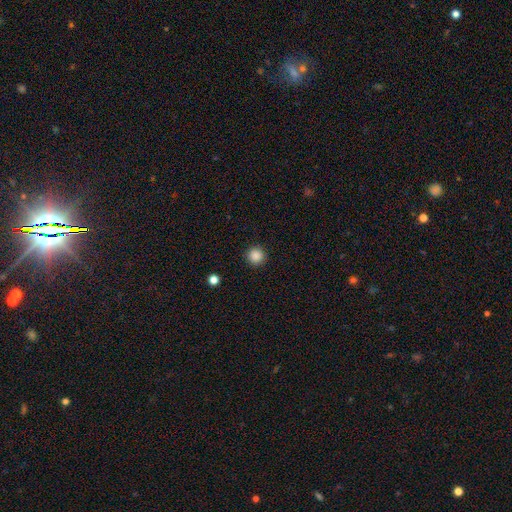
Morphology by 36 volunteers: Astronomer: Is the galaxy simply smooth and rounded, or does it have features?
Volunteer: smooth — 94%.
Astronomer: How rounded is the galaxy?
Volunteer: round — 85%.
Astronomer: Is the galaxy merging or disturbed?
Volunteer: none — 91%.